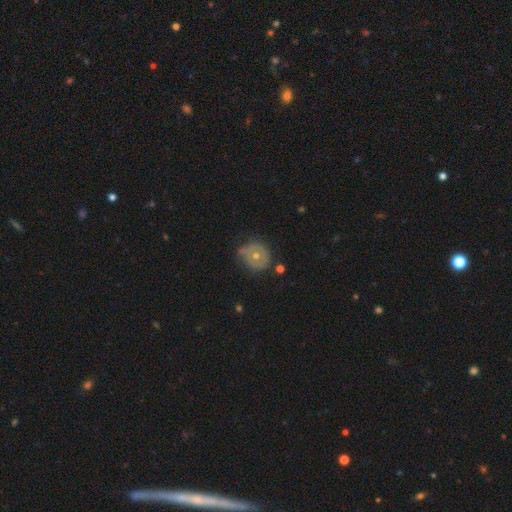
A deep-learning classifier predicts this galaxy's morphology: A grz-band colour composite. It shows a featured or disk galaxy (46%). Merging: none (60%).